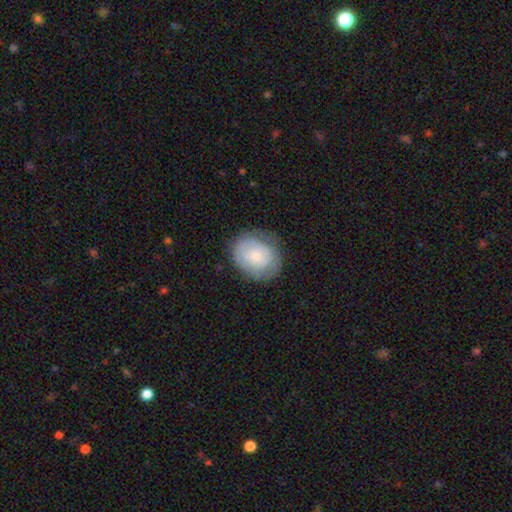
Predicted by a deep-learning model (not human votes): Smooth or featured?
  - smooth: 59% *
  - featured or disk: 34%
  - star or artifact: 7%
How rounded?
  - in between: 51% *
  - round: 48%
  - cigar-shaped: 1%
Merging?
  - none: 70% *
  - minor disturbance: 21%
  - major disturbance: 7%
  - merger: 1%